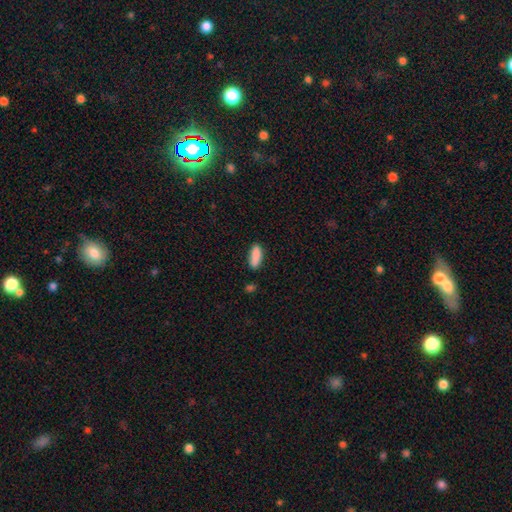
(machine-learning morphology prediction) Q: Smooth or featured?
A: smooth (87%); runner-up: star or artifact (7%)
Q: How rounded?
A: in between (66%); runner-up: cigar-shaped (32%)
Q: Merging?
A: none (77%); runner-up: minor disturbance (16%)